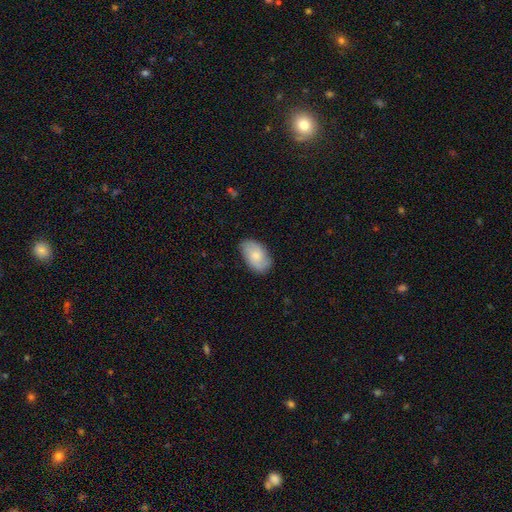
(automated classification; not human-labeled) smooth 61%, featured or disk 32%, star or artifact 7%. Down the decision tree: how rounded — in between (92%); merging — none (78%).